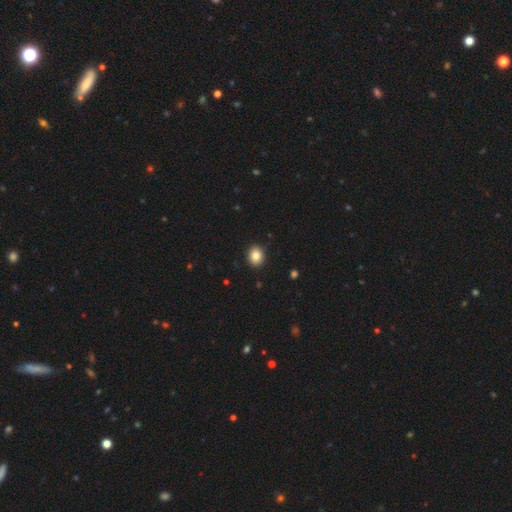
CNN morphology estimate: This is clearly a smooth galaxy (85%). How rounded: possibly round (56%). Merging: clearly none (91%).